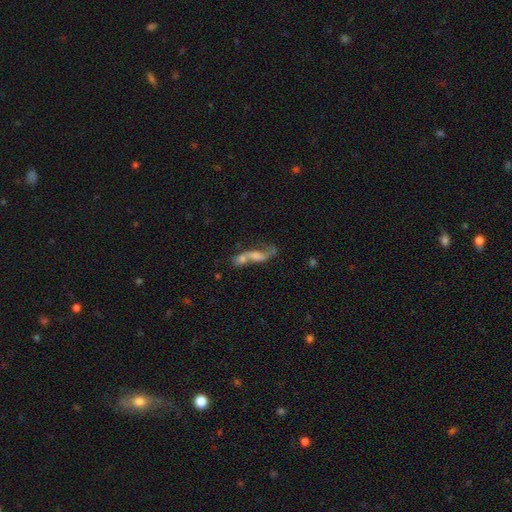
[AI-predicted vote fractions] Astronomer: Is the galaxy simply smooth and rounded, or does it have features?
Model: featured or disk — 54% (runner-up: smooth, 33%).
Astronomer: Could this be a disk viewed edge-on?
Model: no — 81%.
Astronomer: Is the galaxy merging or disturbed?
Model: merger — 47% (runner-up: none, 27%).